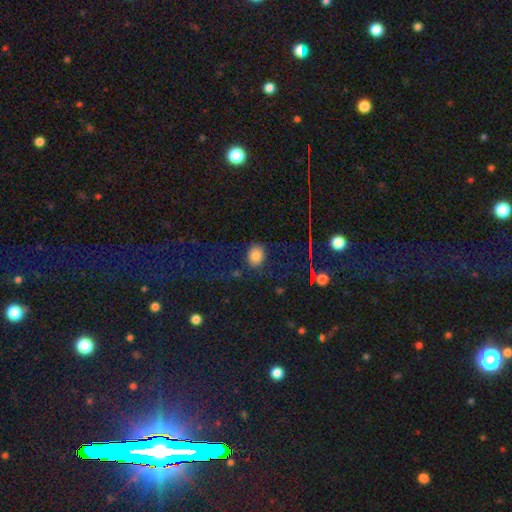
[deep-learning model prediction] smooth_or_featured: smooth (p=0.77) [alt: star or artifact p=0.15]
how_rounded: in between (p=0.50) [alt: round p=0.48]
merging: none (p=0.80) [alt: minor disturbance p=0.13]